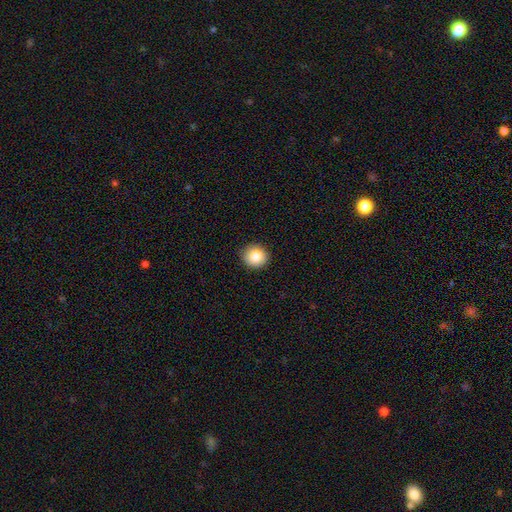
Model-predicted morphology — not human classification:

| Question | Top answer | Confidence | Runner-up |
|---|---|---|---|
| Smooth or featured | smooth | 84% | star or artifact (9%) |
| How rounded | round | 90% | in between (9%) |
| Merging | none | 91% | minor disturbance (7%) |